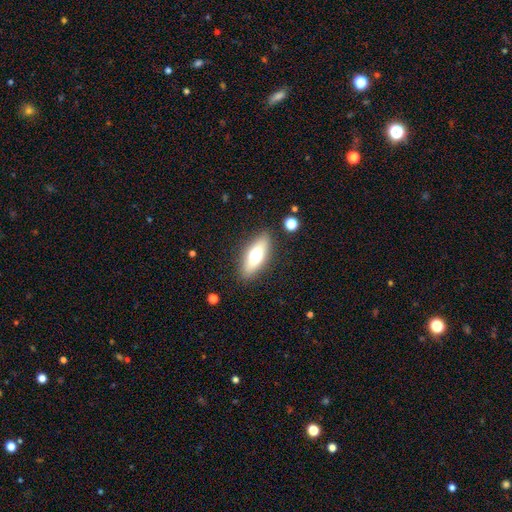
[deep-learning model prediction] Smooth or featured: smooth — 61% (featured or disk — 31%)
How rounded: in between — 66% (cigar-shaped — 31%)
Merging: none — 85% (minor disturbance — 10%)